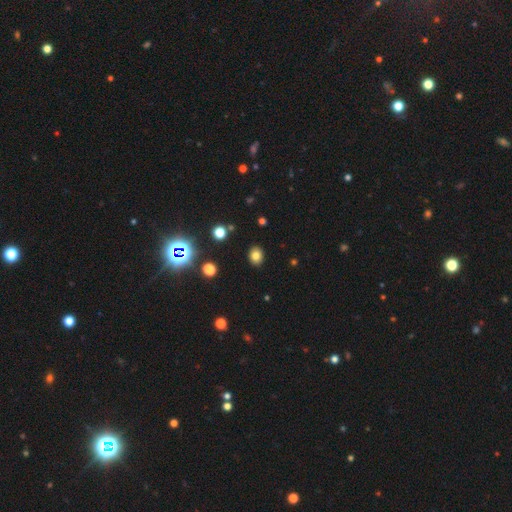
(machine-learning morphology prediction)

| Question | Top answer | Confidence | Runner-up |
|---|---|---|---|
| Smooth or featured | smooth | 78% | star or artifact (15%) |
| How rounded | in between | 52% | round (47%) |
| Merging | none | 89% | minor disturbance (7%) |